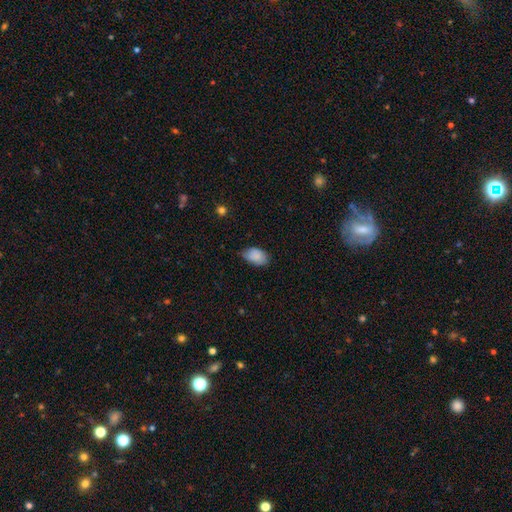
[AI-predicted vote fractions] This is clearly a smooth galaxy (87%). How rounded: clearly in between (91%). Merging: likely none (65%).